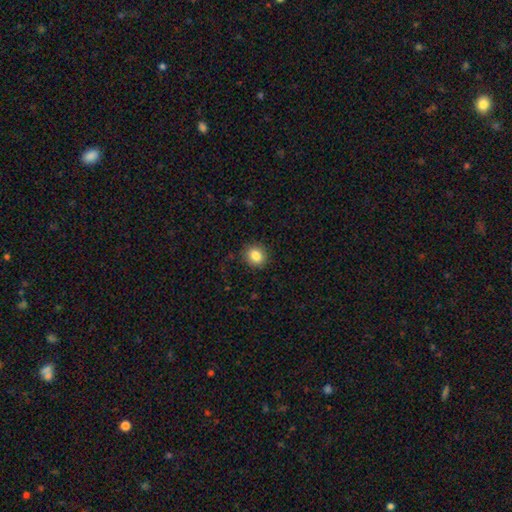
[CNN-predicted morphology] This appears to be a smooth galaxy with no disk features (85%) that is round (78%). Merging: none (87%).